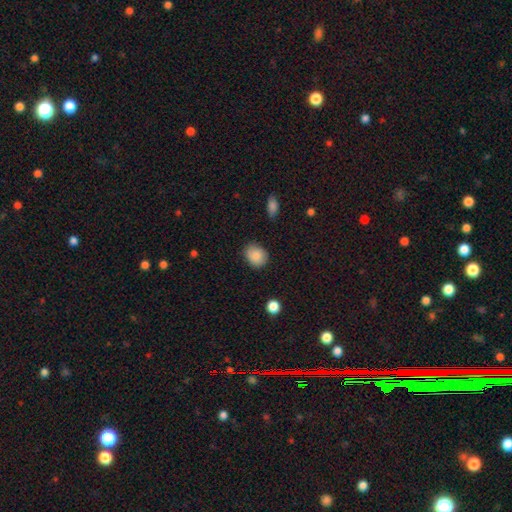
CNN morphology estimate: smooth-or-featured: smooth: 88% | star or artifact: 8% | featured or disk: 5%
  how-rounded: round: 60% | in between: 40% | cigar-shaped: 1%
  merging: none: 82% | minor disturbance: 13% | major disturbance: 3% | merger: 1%